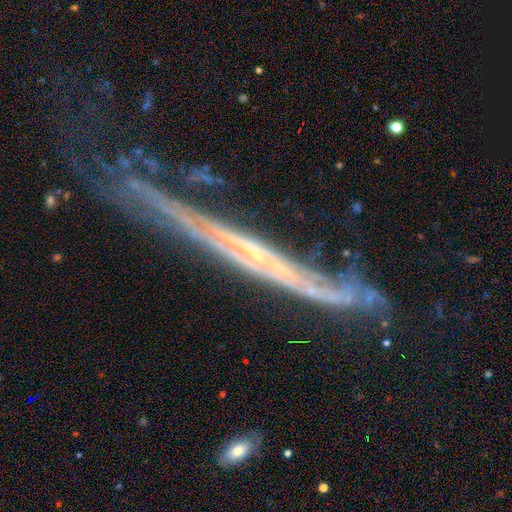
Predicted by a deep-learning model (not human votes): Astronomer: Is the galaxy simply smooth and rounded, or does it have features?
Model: featured or disk — 79%.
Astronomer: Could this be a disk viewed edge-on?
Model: yes — 78%.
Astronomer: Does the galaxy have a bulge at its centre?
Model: none — 64%.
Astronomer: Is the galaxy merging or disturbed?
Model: none — 46% (runner-up: minor disturbance, 26%).